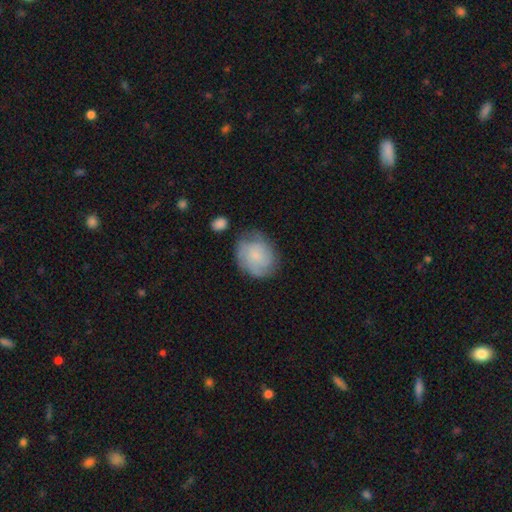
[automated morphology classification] Smooth or featured?
  - smooth: 50% *
  - featured or disk: 42%
  - star or artifact: 8%
Merging?
  - none: 66% *
  - minor disturbance: 22%
  - major disturbance: 8%
  - merger: 3%